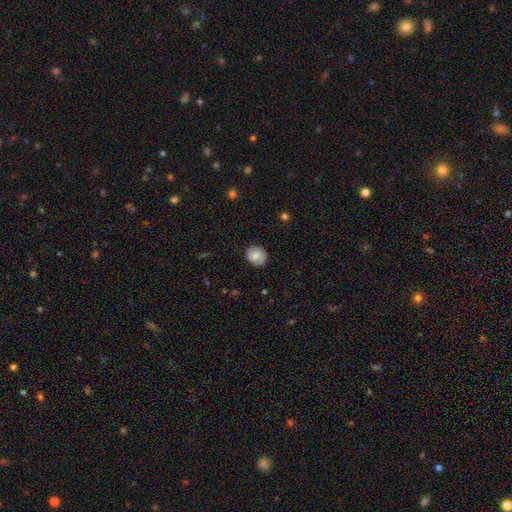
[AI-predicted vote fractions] smooth_or_featured: smooth (p=0.70) [alt: featured or disk p=0.22]
how_rounded: round (p=0.74) [alt: in between p=0.25]
merging: none (p=0.84) [alt: minor disturbance p=0.12]